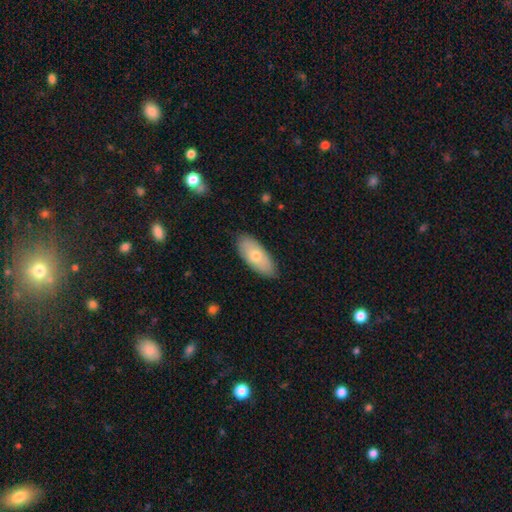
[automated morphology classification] Smooth or featured? smooth (68%)
How rounded? in between (87%)
Merging? none (85%)